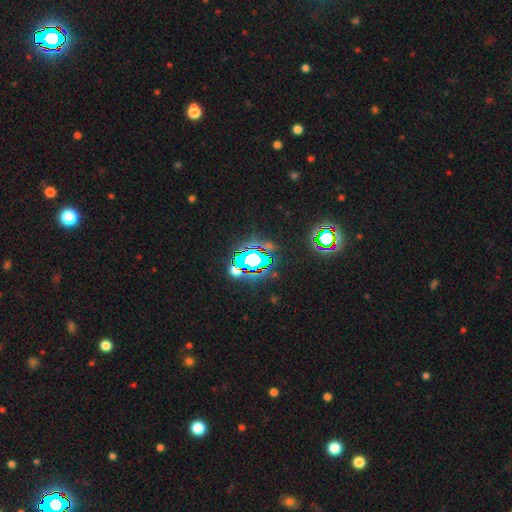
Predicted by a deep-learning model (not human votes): A star or artifact, not a galaxy (75%).

Vote fractions:
- Smooth or featured? star or artifact: 75% / smooth: 15% / featured or disk: 10%